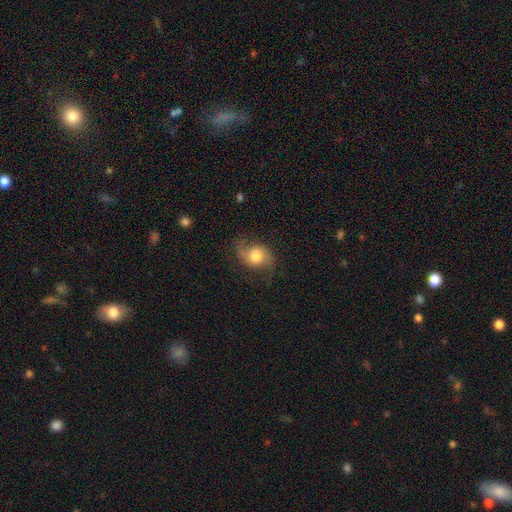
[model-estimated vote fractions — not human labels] This appears to be a featured or disk galaxy (51%). Merging: none (68%).